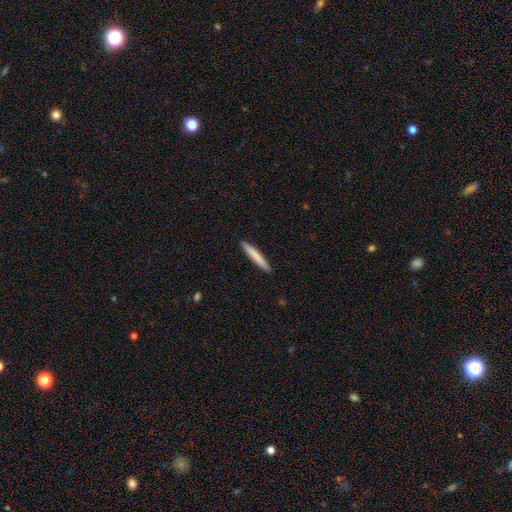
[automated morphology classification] Smooth or featured? Predicted: smooth (p=0.79). How rounded? Predicted: cigar-shaped (p=0.95). Merging? Predicted: none (p=0.92).